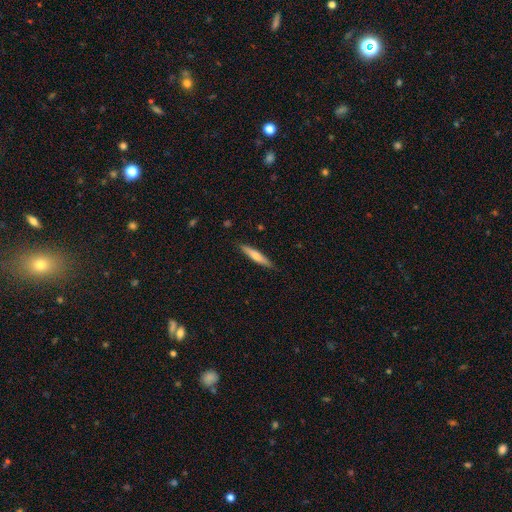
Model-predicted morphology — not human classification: smooth-or-featured: smooth: 58% | featured or disk: 37% | star or artifact: 5%
  how-rounded: cigar-shaped: 90% | in between: 9% | round: 1%
  merging: none: 89% | minor disturbance: 8% | major disturbance: 2% | merger: 1%